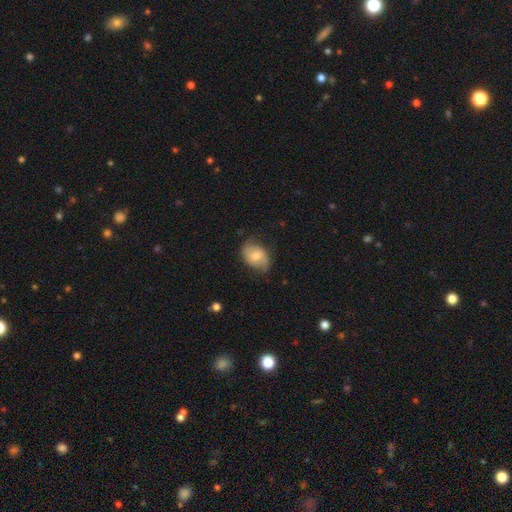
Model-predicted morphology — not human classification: Smooth or featured? smooth (52%)
How rounded? in between (74%)
Merging? none (68%)